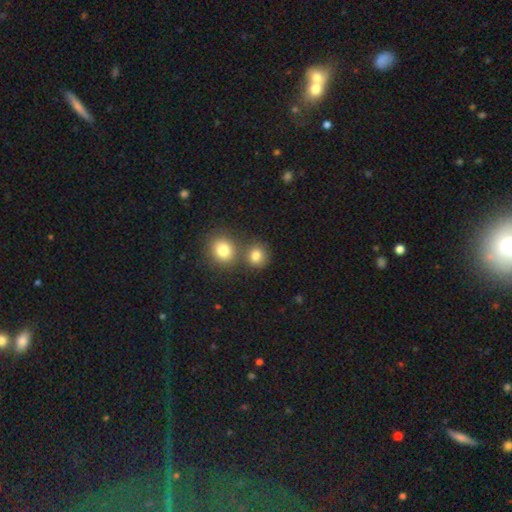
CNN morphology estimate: Smooth or featured? Predicted: smooth (p=0.81). How rounded? Predicted: round (p=0.80). Merging? Predicted: none (p=0.58).